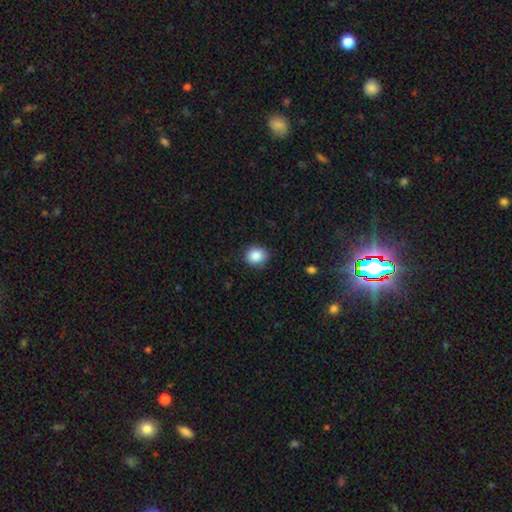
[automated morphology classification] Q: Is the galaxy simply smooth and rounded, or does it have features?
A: smooth — 87%.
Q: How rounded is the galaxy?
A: round — 69%.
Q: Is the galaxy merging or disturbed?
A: none — 84%.